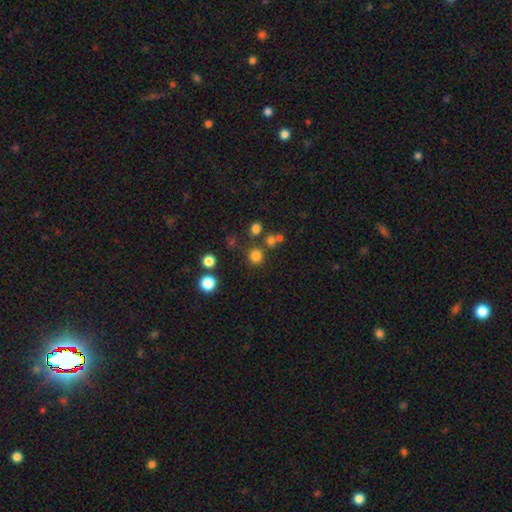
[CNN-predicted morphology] A smooth galaxy with no disk features (79%) that is round (92%).

Vote fractions:
- Smooth or featured? smooth: 79% / star or artifact: 17% / featured or disk: 5%
- How rounded? round: 92% / in between: 7% / cigar-shaped: 1%
- Merging? none: 81% / merger: 8% / minor disturbance: 7% / major disturbance: 3%